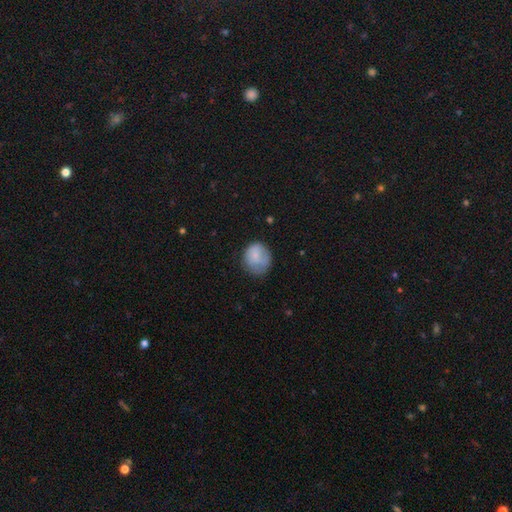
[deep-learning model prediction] Smooth or featured? smooth (77%)
How rounded? round (74%)
Merging? none (55%)